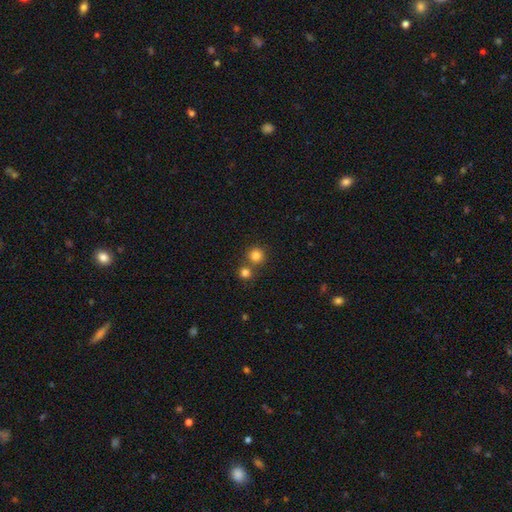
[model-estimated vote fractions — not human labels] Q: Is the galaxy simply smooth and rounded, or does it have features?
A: smooth — 81%.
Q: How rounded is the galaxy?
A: round — 94%.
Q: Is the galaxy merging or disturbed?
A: none — 68%.